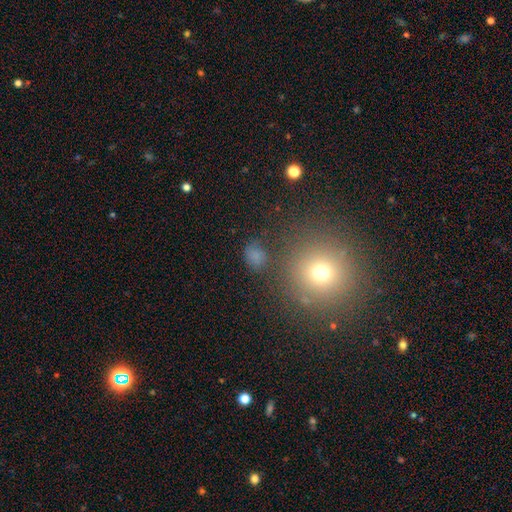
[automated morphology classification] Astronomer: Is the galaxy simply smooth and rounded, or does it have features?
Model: smooth — 68%.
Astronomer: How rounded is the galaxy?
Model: round — 57% (runner-up: in between, 41%).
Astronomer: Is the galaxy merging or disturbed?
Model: none — 68%.